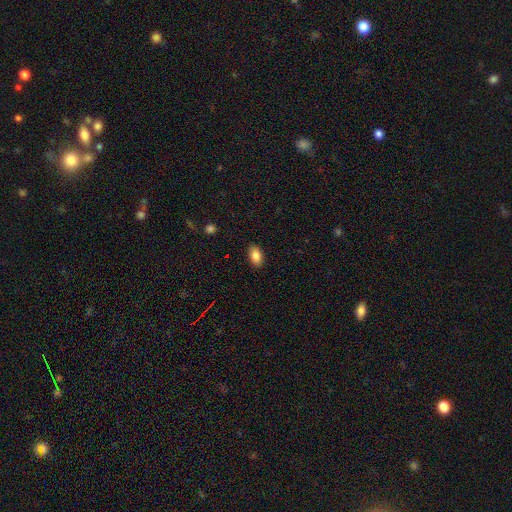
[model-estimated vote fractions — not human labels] Smooth or featured?
  - smooth: 87% *
  - star or artifact: 8%
  - featured or disk: 5%
How rounded?
  - in between: 92% *
  - round: 6%
  - cigar-shaped: 2%
Merging?
  - none: 88% *
  - minor disturbance: 9%
  - major disturbance: 2%
  - merger: 1%